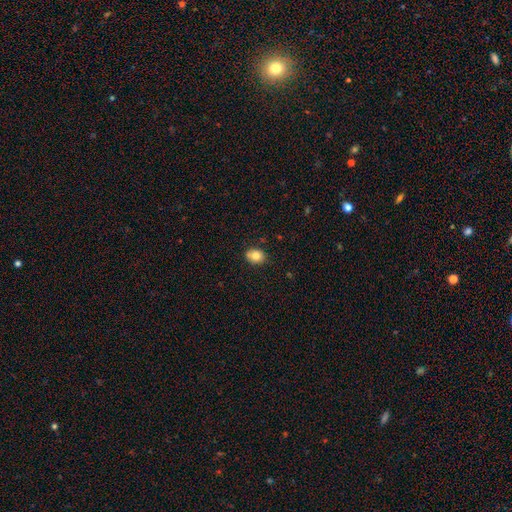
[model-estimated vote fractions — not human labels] smooth_or_featured: smooth (p=0.79) [alt: featured or disk p=0.11]
how_rounded: round (p=0.56) [alt: in between p=0.44]
merging: none (p=0.77) [alt: minor disturbance p=0.15]